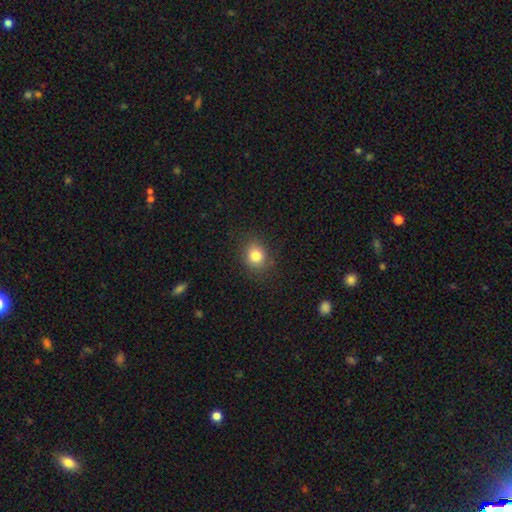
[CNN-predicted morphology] Overall: smooth (82%). How rounded: round (69%; in between 30%). Merging: none (84%).